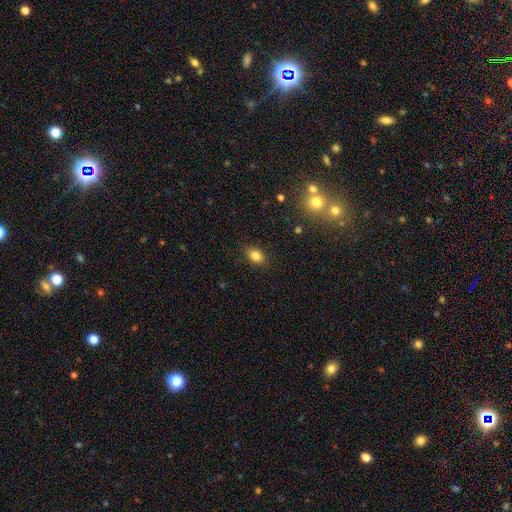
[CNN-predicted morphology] smooth 83%, star or artifact 10%, featured or disk 7%. Down the decision tree: how rounded — in between (79%); merging — none (85%).